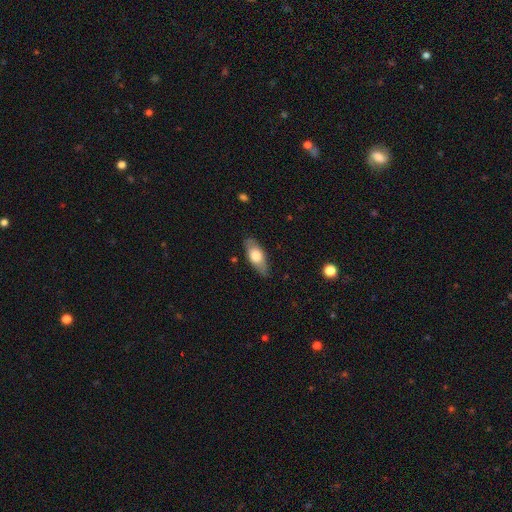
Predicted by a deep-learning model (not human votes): smooth-or-featured: smooth: 64% | featured or disk: 30% | star or artifact: 6%
  how-rounded: in between: 80% | cigar-shaped: 17% | round: 3%
  merging: none: 80% | minor disturbance: 15% | major disturbance: 3% | merger: 1%